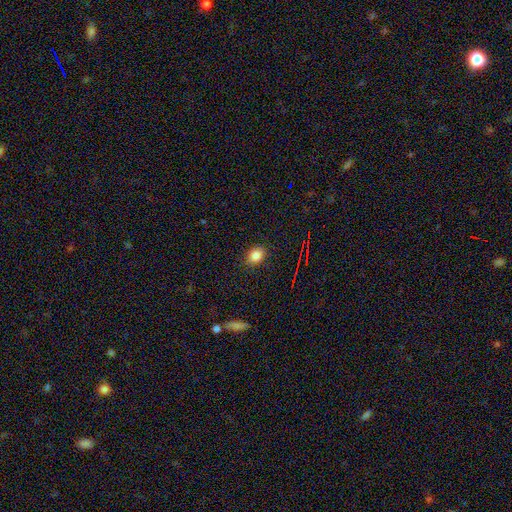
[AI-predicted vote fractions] Q: Smooth or featured?
A: smooth (82%); runner-up: star or artifact (12%)
Q: How rounded?
A: in between (61%); runner-up: round (38%)
Q: Merging?
A: none (87%); runner-up: minor disturbance (10%)